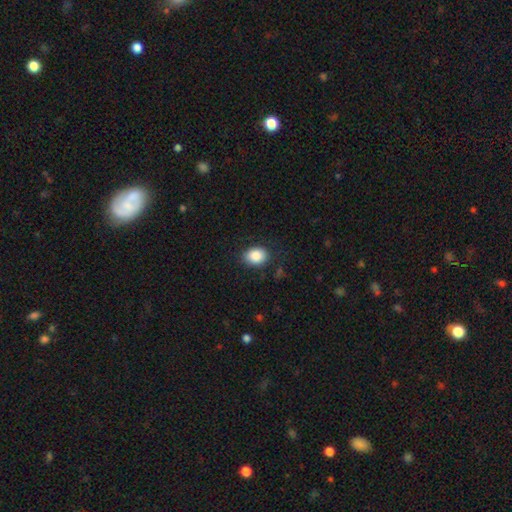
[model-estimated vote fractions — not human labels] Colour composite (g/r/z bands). It shows a smooth galaxy with no disk features (87%) that is in between round and cigar-shaped (64%). Merging: none (81%).